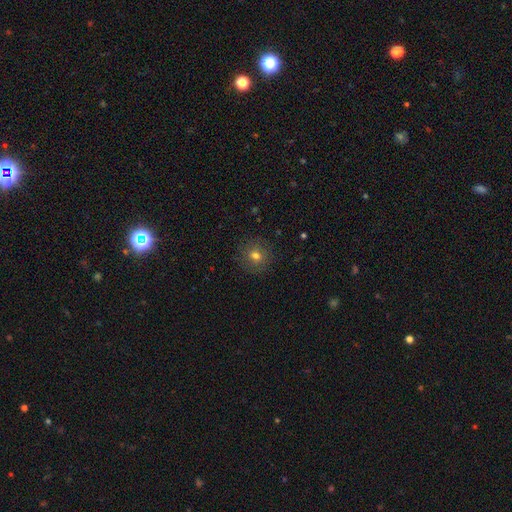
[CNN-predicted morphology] A smooth galaxy with no disk features (69%) that is round (88%).

Vote fractions:
- Smooth or featured? smooth: 69% / featured or disk: 16% / star or artifact: 15%
- How rounded? round: 88% / in between: 11% / cigar-shaped: 1%
- Merging? none: 85% / minor disturbance: 10% / major disturbance: 4% / merger: 1%